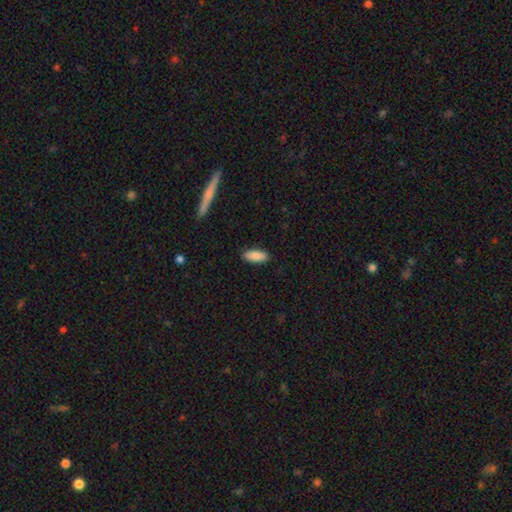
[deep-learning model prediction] smooth-or-featured: smooth: 84% | featured or disk: 9% | star or artifact: 6%
  how-rounded: in between: 83% | cigar-shaped: 15% | round: 2%
  merging: none: 88% | minor disturbance: 9% | major disturbance: 2% | merger: 1%